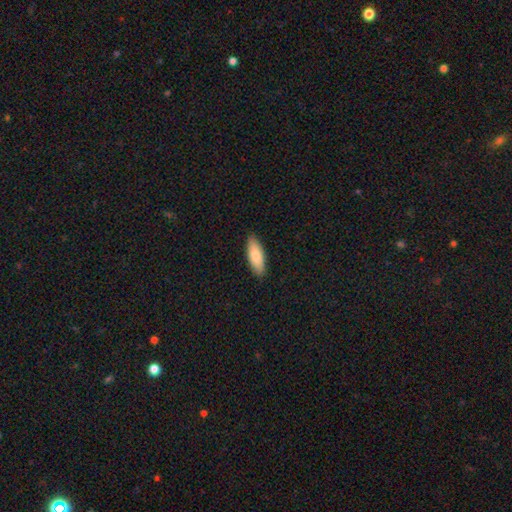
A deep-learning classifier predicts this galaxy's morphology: Smooth or featured? Predicted: smooth (p=0.82). How rounded? Predicted: in between (p=0.69). Merging? Predicted: none (p=0.89).